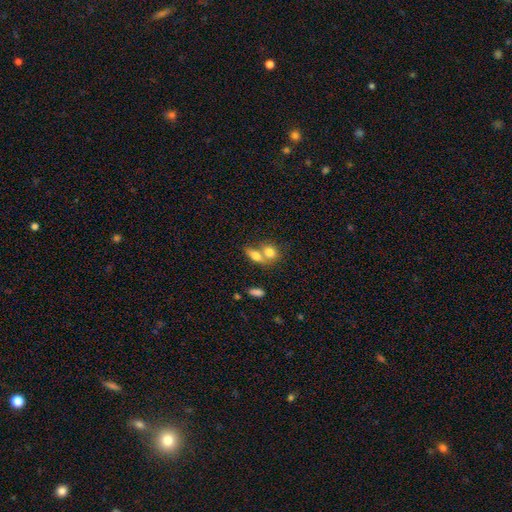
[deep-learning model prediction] A smooth galaxy with no disk features (71%) that is in between round and cigar-shaped (62%).

Vote fractions:
- Smooth or featured? smooth: 71% / featured or disk: 21% / star or artifact: 8%
- How rounded? in between: 62% / round: 24% / cigar-shaped: 14%
- Merging? merger: 52% / none: 36% / minor disturbance: 8% / major disturbance: 4%